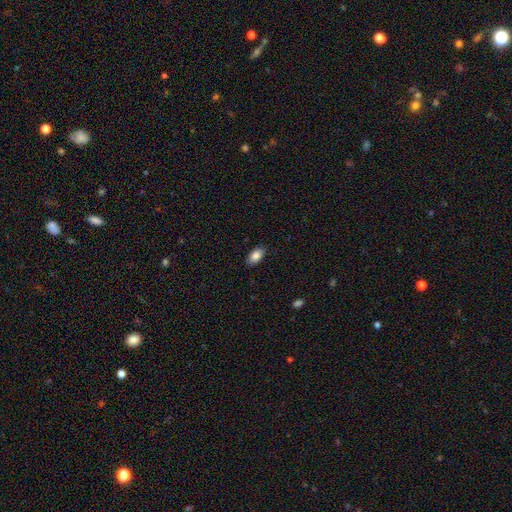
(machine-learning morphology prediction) This appears to be a smooth galaxy with no disk features (87%) that is in between round and cigar-shaped (93%). Merging: none (87%).